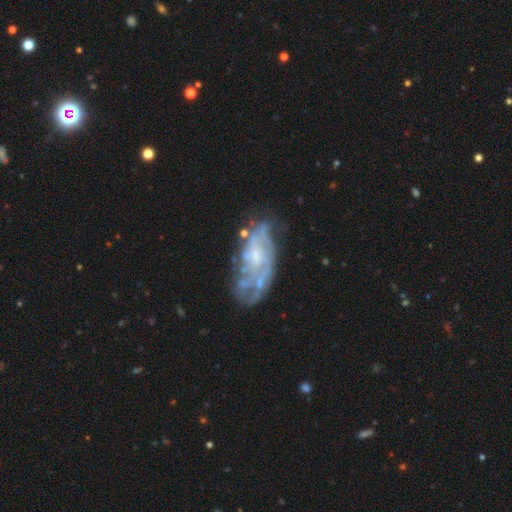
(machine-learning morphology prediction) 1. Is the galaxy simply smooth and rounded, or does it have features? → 75% featured or disk, 18% smooth, 7% star or artifact.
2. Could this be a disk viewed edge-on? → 93% no, 7% yes.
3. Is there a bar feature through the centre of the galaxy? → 72% no, 24% weak, 4% strong.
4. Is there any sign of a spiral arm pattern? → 68% yes, 32% no.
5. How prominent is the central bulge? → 55% small, 27% moderate, 15% none, 2% large, 1% dominant.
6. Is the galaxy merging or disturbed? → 56% none, 24% minor disturbance, 15% major disturbance, 6% merger.